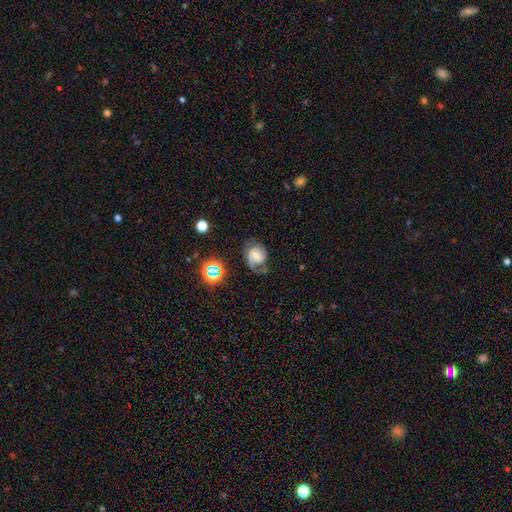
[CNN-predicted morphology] Smooth or featured: featured or disk — 54% (smooth — 33%)
Edge-on disk: no — 97% (yes — 3%)
Bar: no — 54% (weak — 35%)
Spiral arms: yes — 85% (no — 15%)
Bulge size: small — 48% (moderate — 34%)
Merging: none — 47% (minor disturbance — 27%)